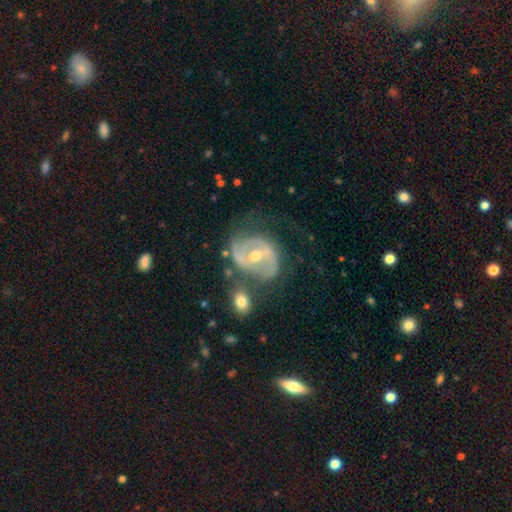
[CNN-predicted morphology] This appears to be a featured or disk galaxy (85%) with a strong bar (42%), 2 (76%) medium (46%) spiral arms (85%) and a moderate central bulge (61%). Merging: none (56%).